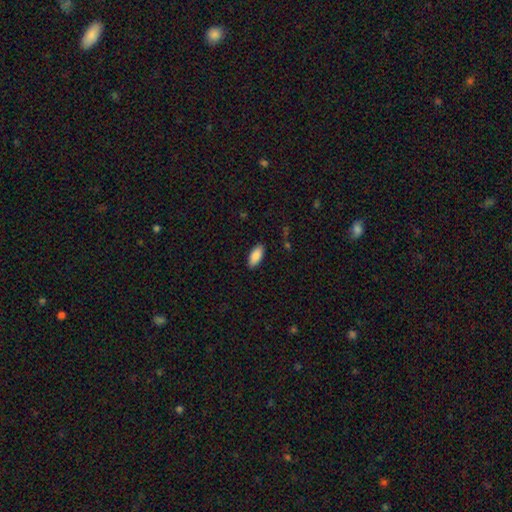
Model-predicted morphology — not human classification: type=smooth (89%); roundness=in between (90%); merging=none (89%).